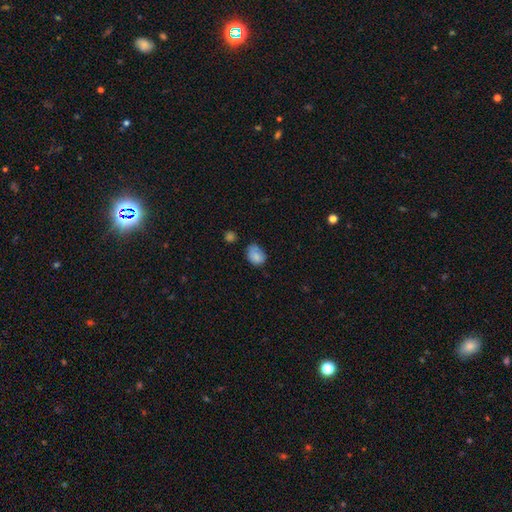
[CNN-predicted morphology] smooth-or-featured: smooth: 79% | featured or disk: 11% | star or artifact: 9%
  how-rounded: in between: 64% | round: 35% | cigar-shaped: 1%
  merging: none: 51% | minor disturbance: 36% | major disturbance: 9% | merger: 4%